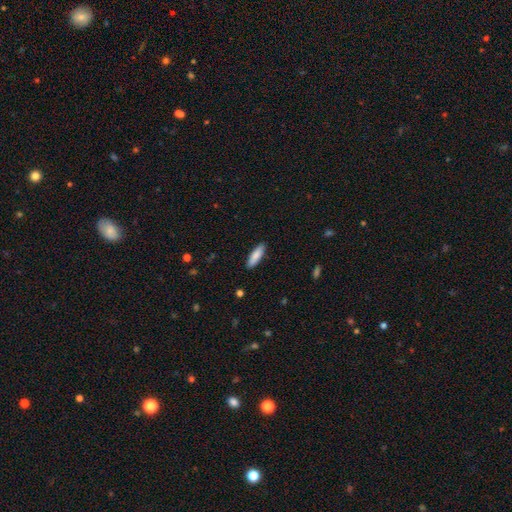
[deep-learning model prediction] Morphology: type=smooth (84%); roundness=cigar-shaped (57%); merging=none (89%).